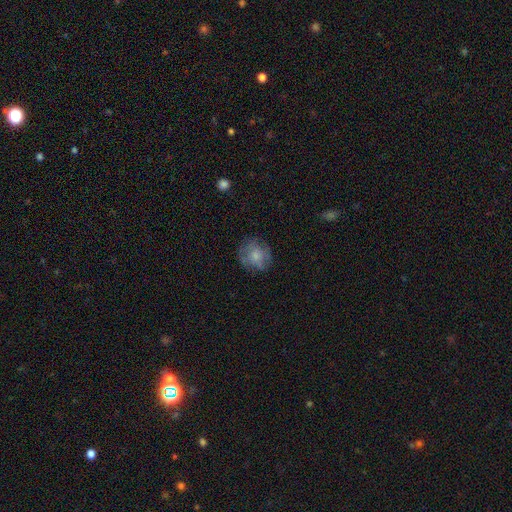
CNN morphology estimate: Smooth or featured?
  - smooth: 66% *
  - featured or disk: 26%
  - star or artifact: 9%
How rounded?
  - round: 82% *
  - in between: 17%
  - cigar-shaped: 1%
Merging?
  - none: 71% *
  - minor disturbance: 19%
  - major disturbance: 9%
  - merger: 1%